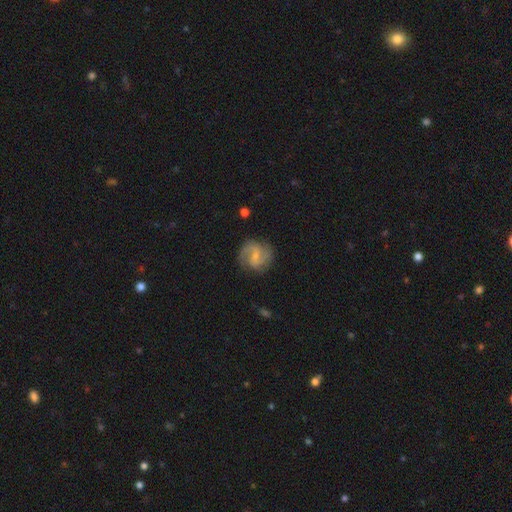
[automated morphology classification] This is likely a featured or disk galaxy (80%). It is clearly not viewed edge-on (98%). Bar: possibly weak (57%). Spiral arm pattern: clearly yes (95%). Spiral arm count: clearly 2 (87%). Spiral winding: possibly medium (54%). Central bulge: likely small (61%). Merging: clearly none (80%).